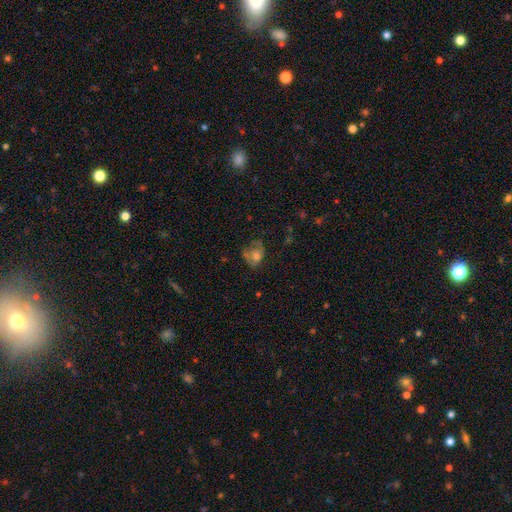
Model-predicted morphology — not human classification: A smooth galaxy with no disk features (52%) that is in between round and cigar-shaped (61%). Merging: none (38%).